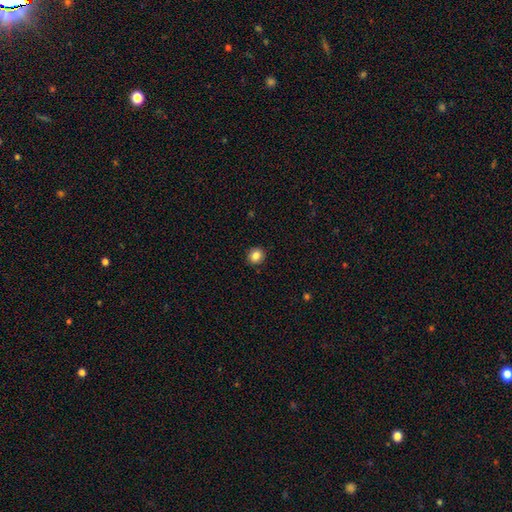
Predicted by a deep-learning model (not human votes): Morphology: type=smooth (85%); roundness=round (89%); merging=none (92%).